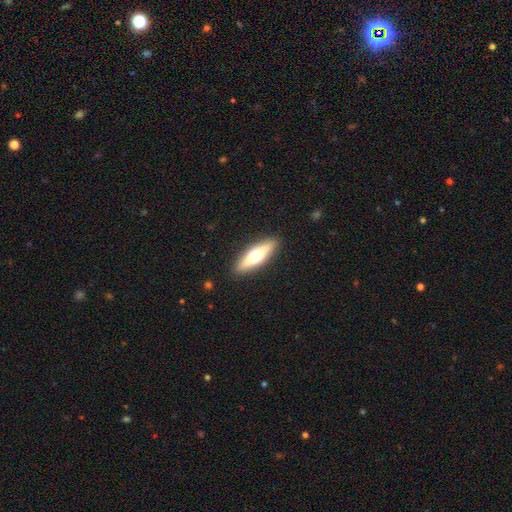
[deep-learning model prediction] smooth_or_featured: smooth (p=0.48) [alt: featured or disk p=0.46]
merging: none (p=0.90) [alt: minor disturbance p=0.07]